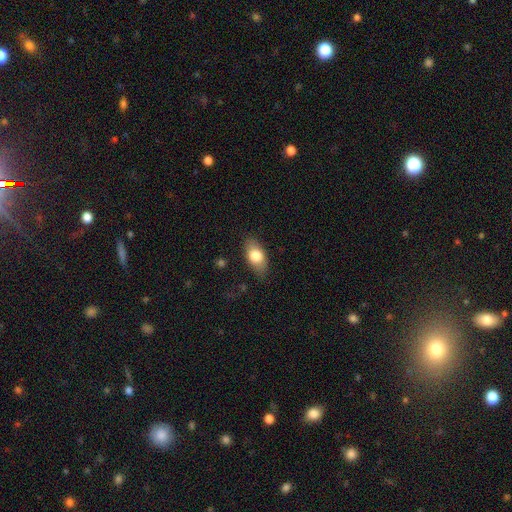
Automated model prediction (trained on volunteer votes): Morphology: type=smooth (76%); roundness=in between (89%); merging=none (81%).